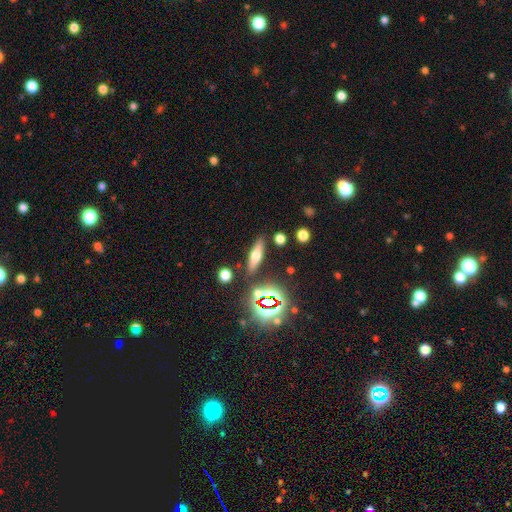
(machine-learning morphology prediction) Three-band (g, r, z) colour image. It shows a smooth galaxy with no disk features (47%). Merging: none (84%).